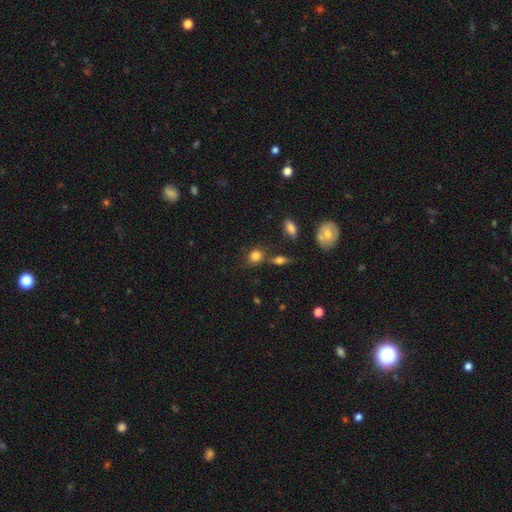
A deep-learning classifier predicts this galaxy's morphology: The model was most divided on "how rounded": round: 70%, in between: 28%, cigar-shaped: 2%. More confident: smooth or featured — smooth (81%); merging — none (65%).